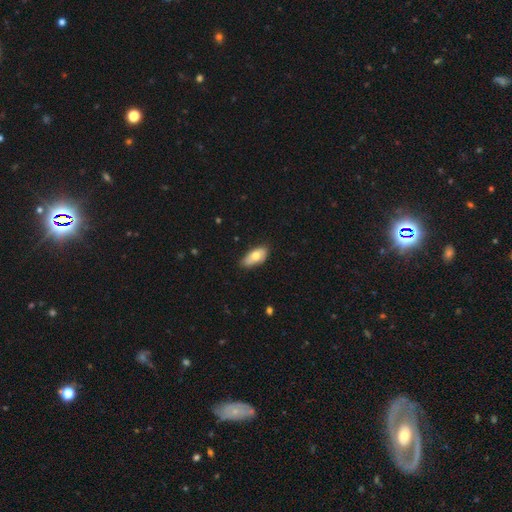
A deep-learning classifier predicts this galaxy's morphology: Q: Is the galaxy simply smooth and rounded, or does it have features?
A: smooth — 70%.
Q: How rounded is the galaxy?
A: in between — 89%.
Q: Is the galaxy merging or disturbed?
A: none — 73%.